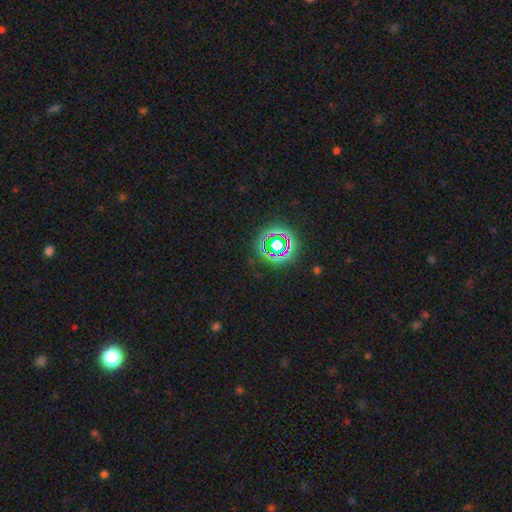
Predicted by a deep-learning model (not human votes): Smooth or featured? star or artifact (73%)